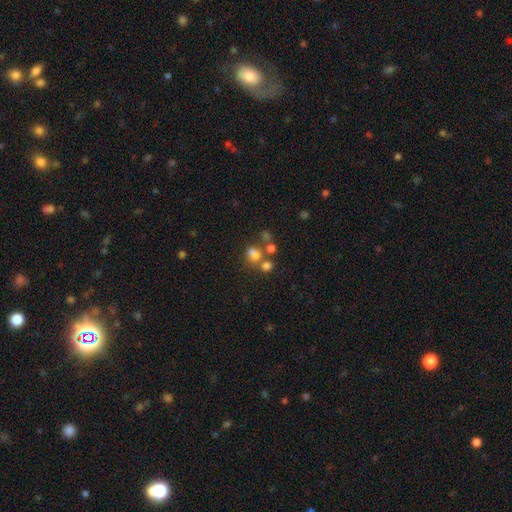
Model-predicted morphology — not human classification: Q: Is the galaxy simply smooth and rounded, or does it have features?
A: smooth — 69%.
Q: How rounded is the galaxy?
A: round — 55%.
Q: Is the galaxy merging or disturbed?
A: merger — 40%, tied with none.